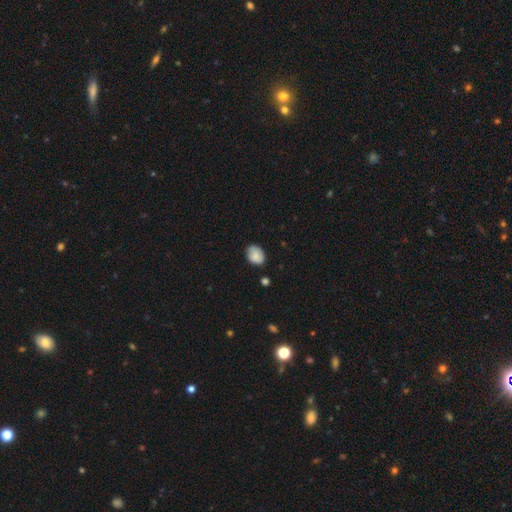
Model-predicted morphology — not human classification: Smooth or featured? smooth (82%)
How rounded? in between (70%)
Merging? none (74%)